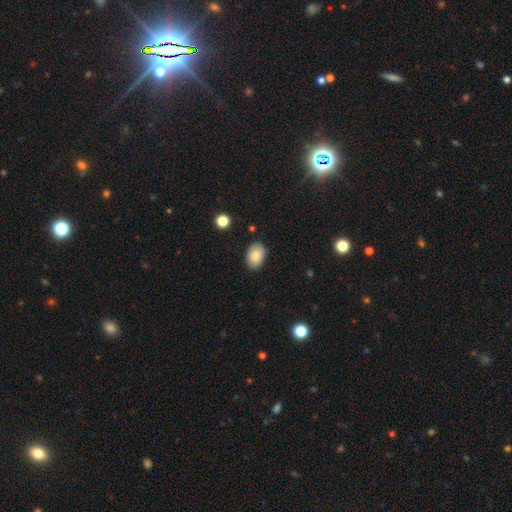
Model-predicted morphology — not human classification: Smooth or featured? Predicted: smooth (p=0.84). How rounded? Predicted: in between (p=0.87). Merging? Predicted: none (p=0.87).